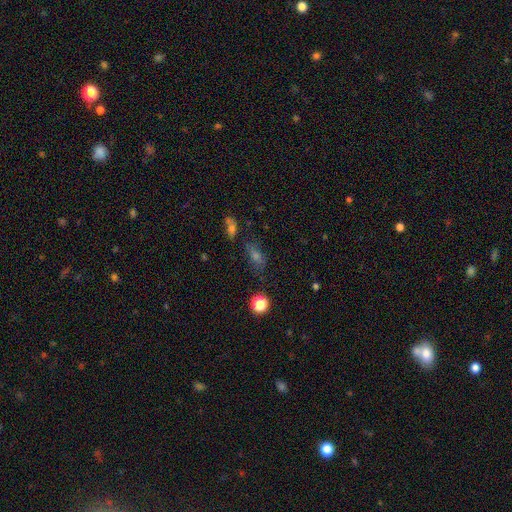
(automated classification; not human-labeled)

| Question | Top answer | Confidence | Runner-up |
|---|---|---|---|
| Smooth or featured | smooth | 47% | star or artifact (33%) |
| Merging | none | 60% | minor disturbance (17%) |